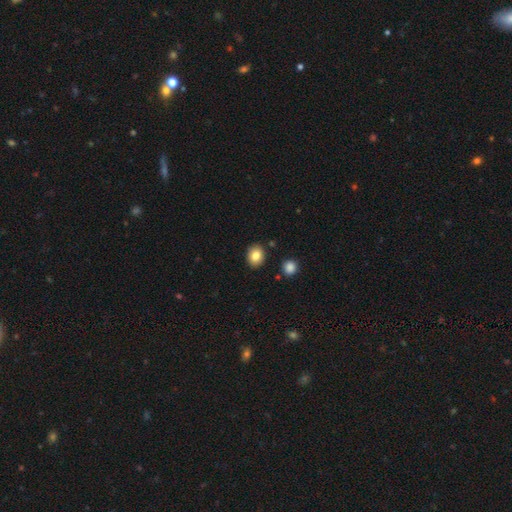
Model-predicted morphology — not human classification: The model was most divided on "how rounded": round: 57%, in between: 42%, cigar-shaped: 1%. More confident: merging — none (88%); smooth or featured — smooth (83%).